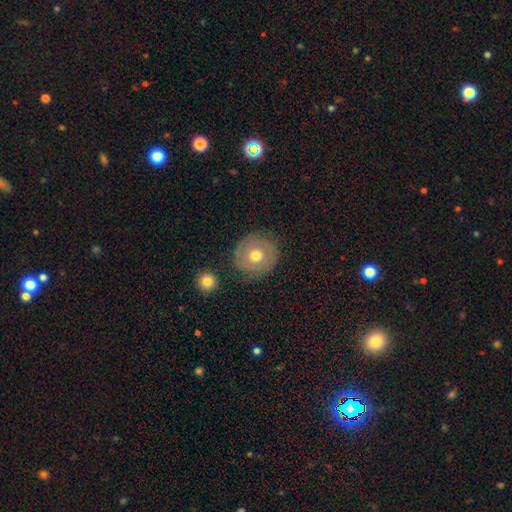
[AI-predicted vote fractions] Overall: smooth (57%; featured or disk 35%). How rounded: round (90%). Merging: none (82%).